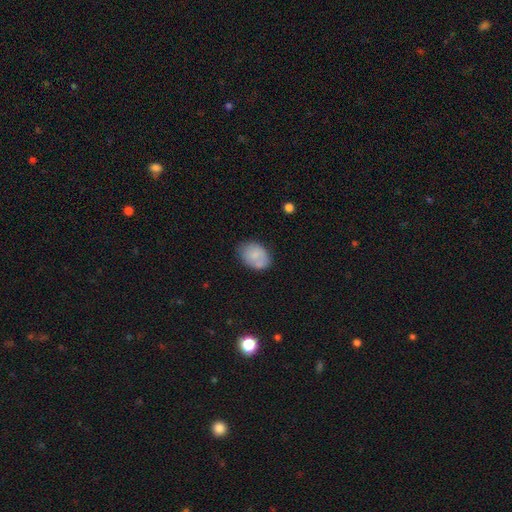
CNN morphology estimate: This appears to be a smooth galaxy with no disk features (76%) that is in between round and cigar-shaped (74%). Merging: none (65%).